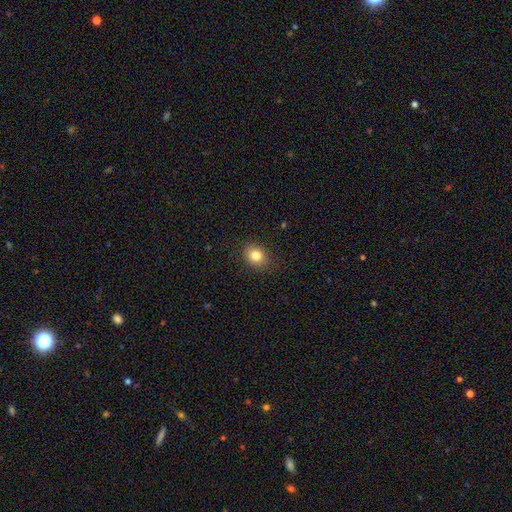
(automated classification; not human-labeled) The model was most divided on "how rounded": round: 53%, in between: 46%, cigar-shaped: 1%. More confident: merging — none (88%); smooth or featured — smooth (82%).